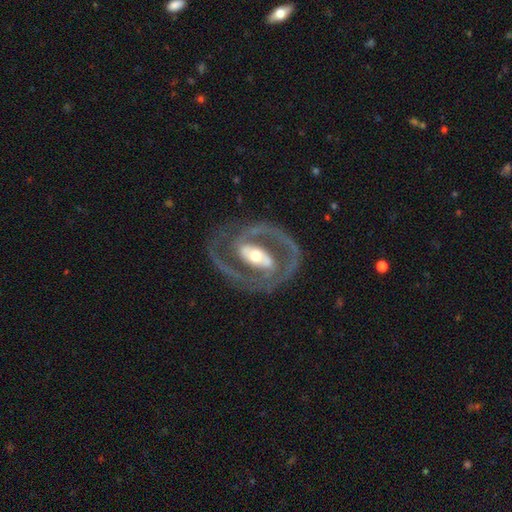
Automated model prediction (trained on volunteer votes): Morphology: type=featured or disk (89%); edge-on=no (96%); bar=strong (52%); spiral arms=yes (92%); winding=medium (52%); arm count=2 (88%); bulge=moderate (64%); merging=none (76%).